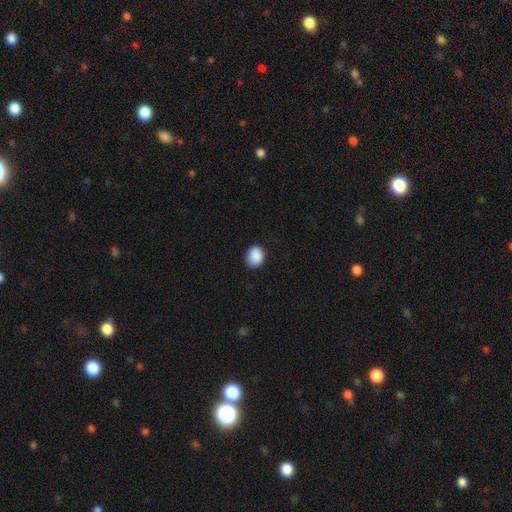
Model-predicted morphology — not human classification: Smooth or featured?
  - smooth: 89% *
  - star or artifact: 8%
  - featured or disk: 3%
How rounded?
  - round: 54% *
  - in between: 45%
  - cigar-shaped: 1%
Merging?
  - none: 84% *
  - minor disturbance: 13%
  - major disturbance: 3%
  - merger: 1%